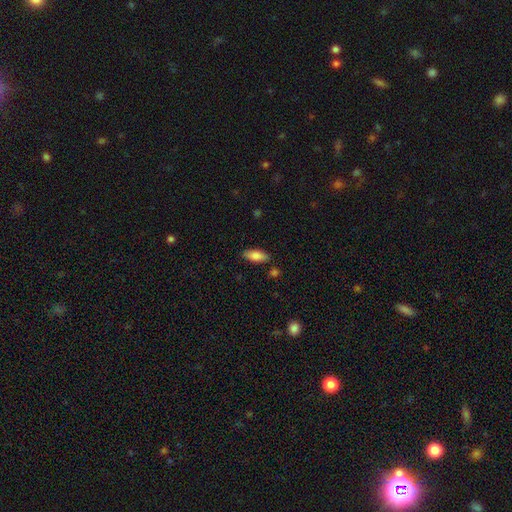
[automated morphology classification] Smooth or featured: smooth — 85% (featured or disk — 9%)
How rounded: in between — 80% (cigar-shaped — 18%)
Merging: none — 83% (minor disturbance — 11%)